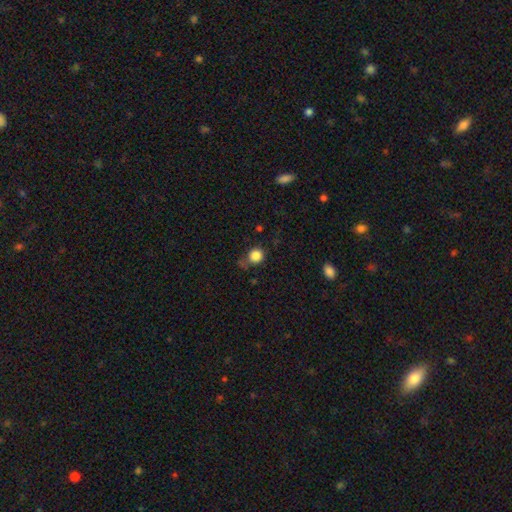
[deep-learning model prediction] A smooth galaxy with no disk features (84%) that is round (85%).

Vote fractions:
- Smooth or featured? smooth: 84% / star or artifact: 11% / featured or disk: 5%
- How rounded? round: 85% / in between: 14% / cigar-shaped: 1%
- Merging? none: 59% / minor disturbance: 25% / major disturbance: 11% / merger: 5%